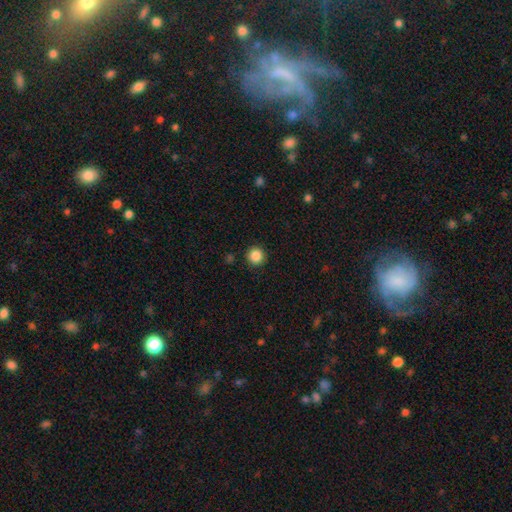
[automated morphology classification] This appears to be a smooth galaxy with no disk features (87%) that is round (96%). Merging: none (92%).